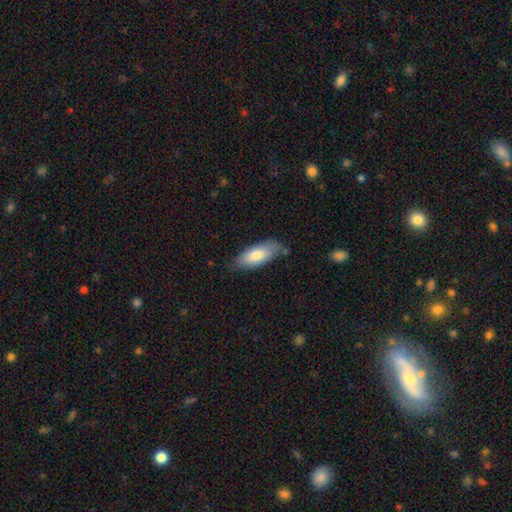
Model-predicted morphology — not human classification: smooth-or-featured: smooth: 76% | featured or disk: 18% | star or artifact: 6%
  how-rounded: in between: 79% | cigar-shaped: 19% | round: 2%
  merging: none: 68% | minor disturbance: 25% | major disturbance: 5% | merger: 2%